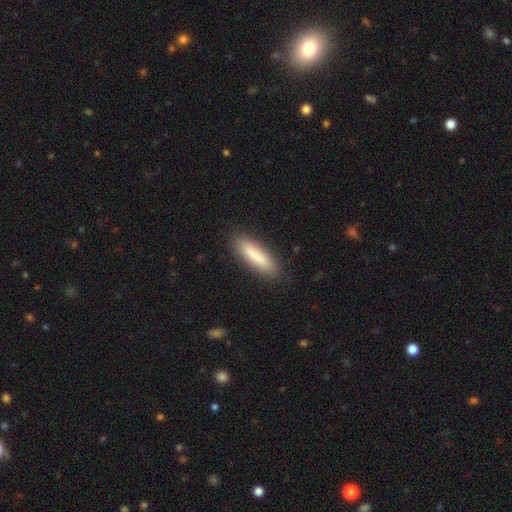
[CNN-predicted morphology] Smooth or featured? smooth (82%)
How rounded? cigar-shaped (72%)
Merging? none (87%)